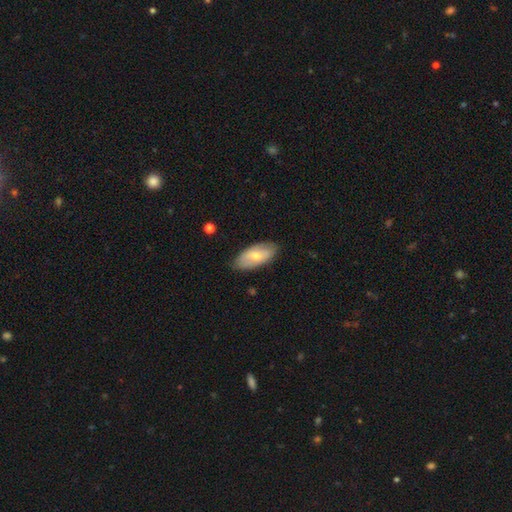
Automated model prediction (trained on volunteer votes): Smooth or featured? smooth (61%)
How rounded? in between (92%)
Merging? none (78%)